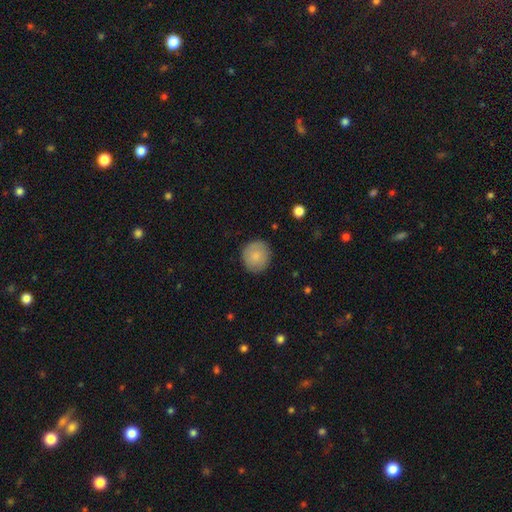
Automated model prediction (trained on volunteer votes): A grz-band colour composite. It shows a smooth galaxy with no disk features (83%) that is round (91%). Merging: none (87%).